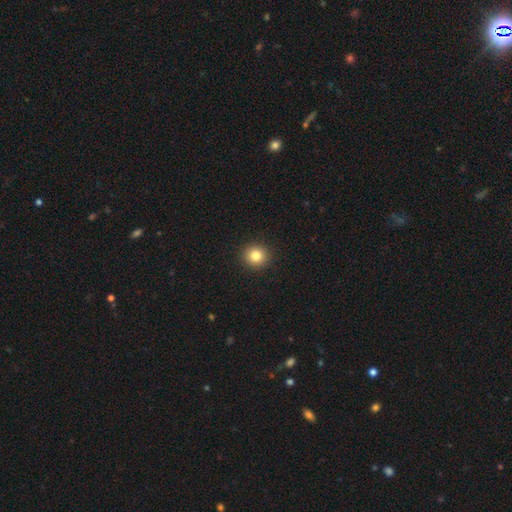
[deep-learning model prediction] smooth 83%, star or artifact 11%, featured or disk 6%. Down the decision tree: how rounded — round (92%); merging — none (93%).